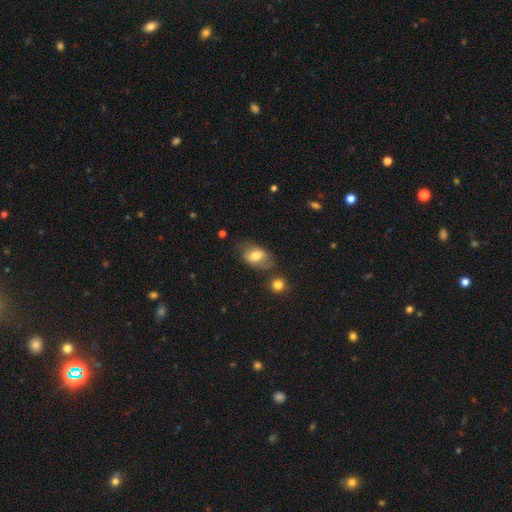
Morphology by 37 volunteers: smooth_or_featured: smooth (p=0.68) [alt: featured or disk p=0.32]
how_rounded: in between (p=0.76) [alt: cigar-shaped p=0.16]
merging: none (p=0.65) [alt: minor disturbance p=0.24]